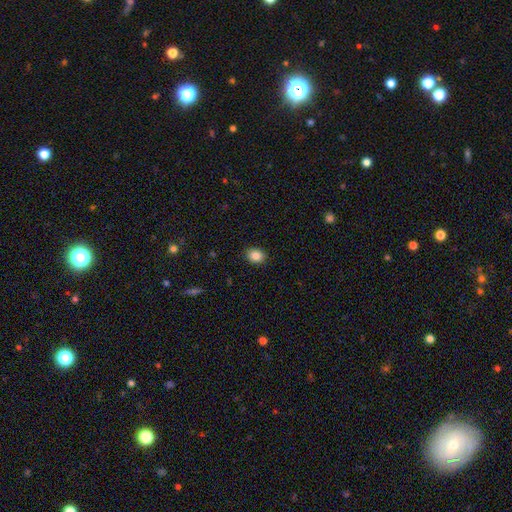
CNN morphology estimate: This is clearly a smooth galaxy (86%). How rounded: possibly in between (52%). Merging: clearly none (90%).